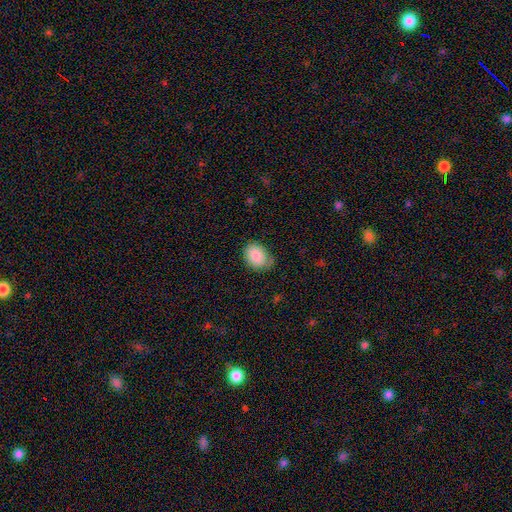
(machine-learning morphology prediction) smooth-or-featured: smooth: 87% | star or artifact: 7% | featured or disk: 6%
  how-rounded: in between: 72% | round: 27% | cigar-shaped: 1%
  merging: none: 69% | minor disturbance: 25% | major disturbance: 5% | merger: 2%